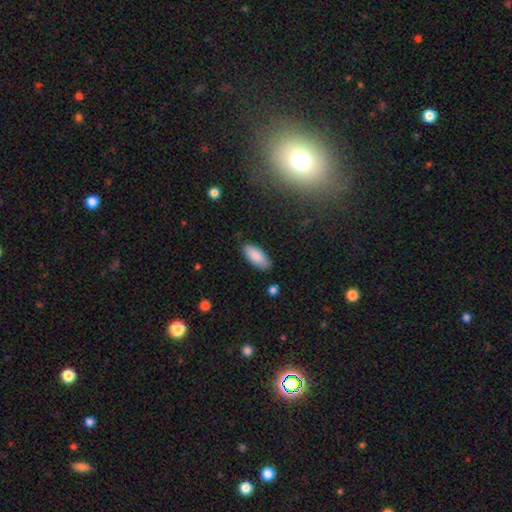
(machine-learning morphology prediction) smooth_or_featured: smooth (p=0.88) [alt: star or artifact p=0.06]
how_rounded: in between (p=0.88) [alt: cigar-shaped p=0.11]
merging: none (p=0.86) [alt: minor disturbance p=0.10]